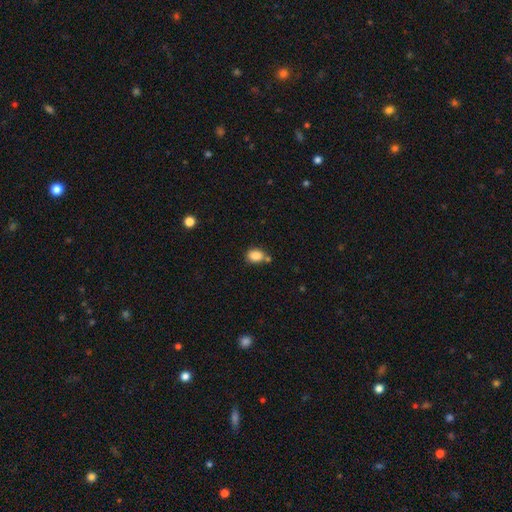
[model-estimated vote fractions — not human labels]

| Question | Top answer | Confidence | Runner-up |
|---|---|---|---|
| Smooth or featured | smooth | 86% | star or artifact (9%) |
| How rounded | in between | 63% | round (35%) |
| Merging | none | 62% | merger (17%) |